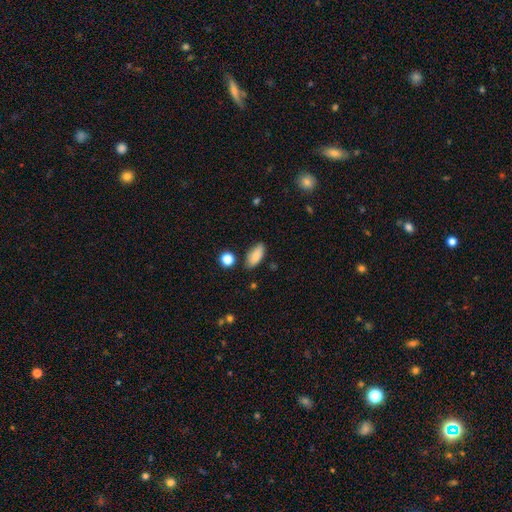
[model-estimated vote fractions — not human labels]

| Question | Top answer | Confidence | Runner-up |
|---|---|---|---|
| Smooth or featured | smooth | 85% | star or artifact (8%) |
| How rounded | in between | 88% | cigar-shaped (9%) |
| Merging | none | 80% | minor disturbance (14%) |